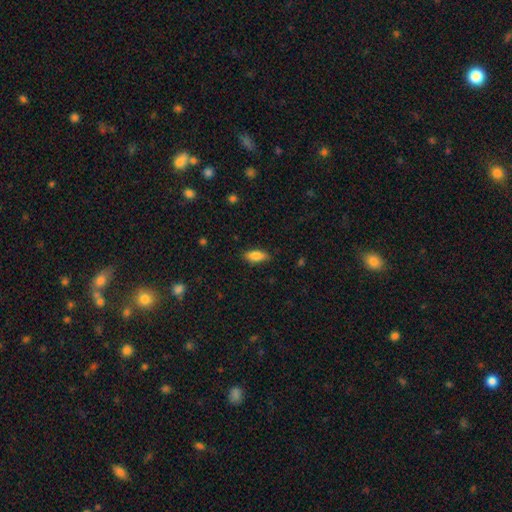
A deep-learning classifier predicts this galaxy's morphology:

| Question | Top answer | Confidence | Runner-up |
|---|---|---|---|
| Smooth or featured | smooth | 83% | featured or disk (11%) |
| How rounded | in between | 80% | cigar-shaped (18%) |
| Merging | none | 84% | minor disturbance (12%) |